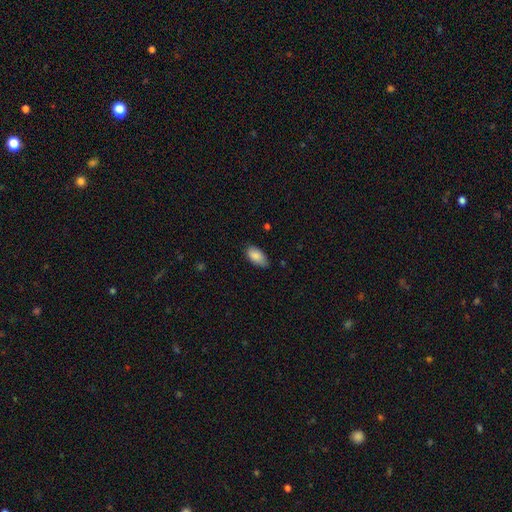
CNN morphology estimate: Q: Smooth or featured?
A: smooth (88%); runner-up: star or artifact (7%)
Q: How rounded?
A: in between (93%); runner-up: cigar-shaped (4%)
Q: Merging?
A: none (75%); runner-up: minor disturbance (21%)